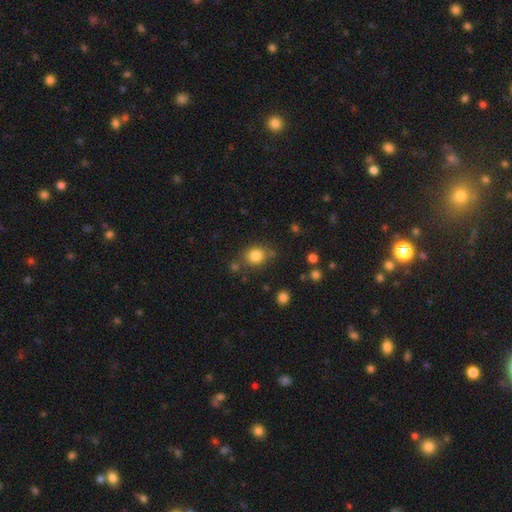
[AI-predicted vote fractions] Smooth or featured?
  - smooth: 83% *
  - star or artifact: 11%
  - featured or disk: 7%
How rounded?
  - round: 68% *
  - in between: 31%
  - cigar-shaped: 1%
Merging?
  - none: 74% *
  - minor disturbance: 14%
  - merger: 7%
  - major disturbance: 5%